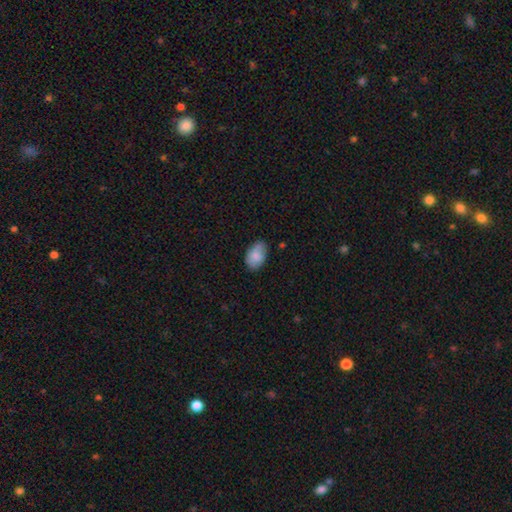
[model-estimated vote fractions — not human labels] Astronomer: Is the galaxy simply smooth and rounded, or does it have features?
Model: smooth — 83%.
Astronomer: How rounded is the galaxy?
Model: in between — 89%.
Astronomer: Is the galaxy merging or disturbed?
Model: none — 67%.